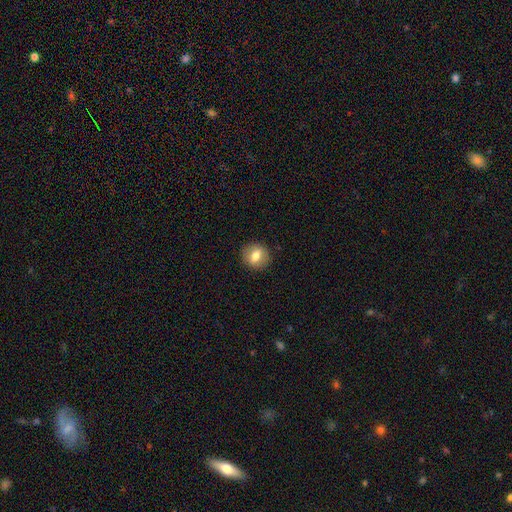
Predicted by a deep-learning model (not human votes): Q: Smooth or featured?
A: smooth (72%); runner-up: featured or disk (19%)
Q: How rounded?
A: round (75%); runner-up: in between (24%)
Q: Merging?
A: none (88%); runner-up: minor disturbance (8%)